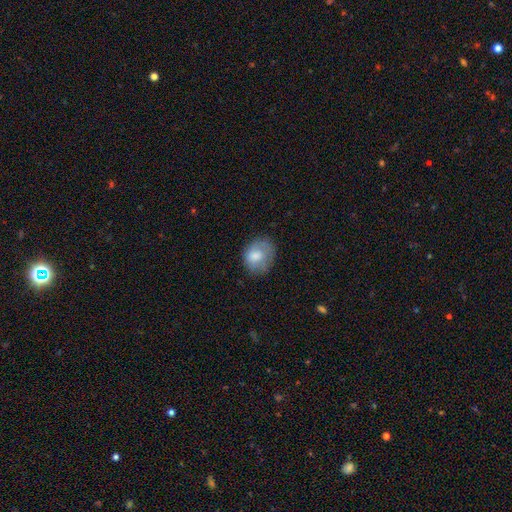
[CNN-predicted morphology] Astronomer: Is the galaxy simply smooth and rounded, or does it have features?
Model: smooth — 75%.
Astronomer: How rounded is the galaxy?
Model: round — 52% (runner-up: in between, 48%).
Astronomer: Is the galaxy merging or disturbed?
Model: none — 61%.